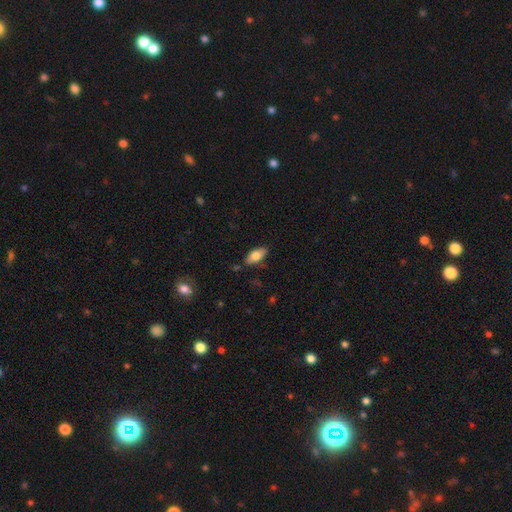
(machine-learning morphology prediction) Smooth or featured: smooth — 71% (featured or disk — 23%)
How rounded: in between — 82% (cigar-shaped — 15%)
Merging: none — 82% (minor disturbance — 13%)